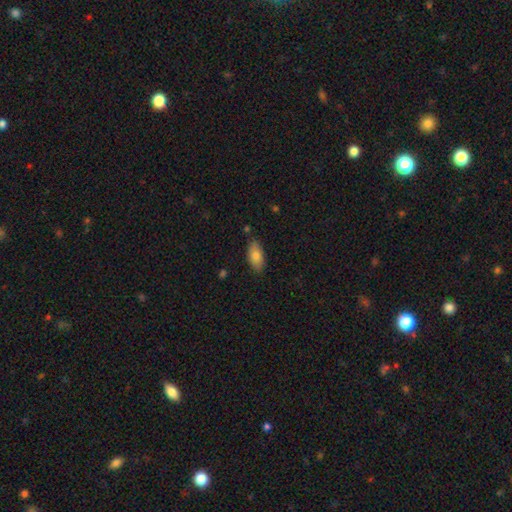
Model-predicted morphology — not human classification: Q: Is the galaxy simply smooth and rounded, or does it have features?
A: smooth — 80%.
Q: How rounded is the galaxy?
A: in between — 89%.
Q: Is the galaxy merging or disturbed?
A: none — 83%.